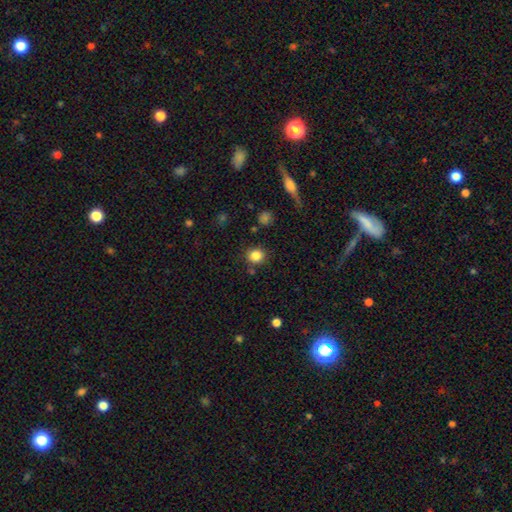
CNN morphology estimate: Overall: smooth (84%). How rounded: round (86%). Merging: none (84%).